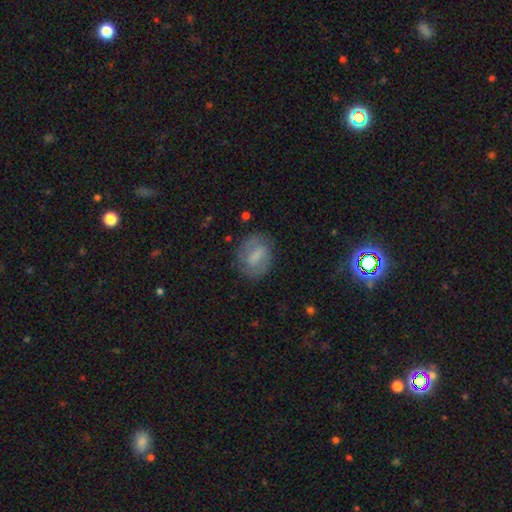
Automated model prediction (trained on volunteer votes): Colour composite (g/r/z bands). It shows a smooth galaxy with no disk features (53%) that is in between round and cigar-shaped (62%). Merging: none (74%).